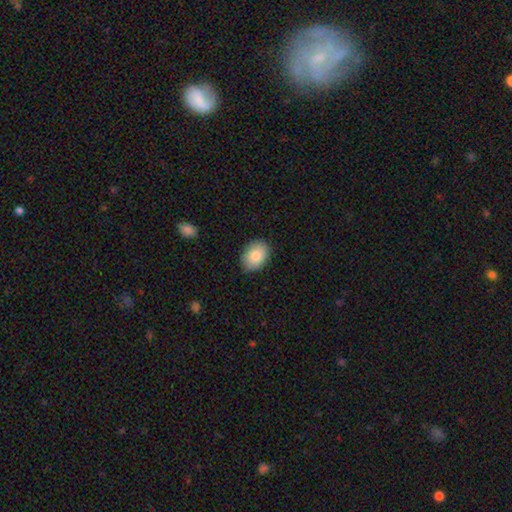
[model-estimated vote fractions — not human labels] This appears to be a smooth galaxy with no disk features (86%) that is in between round and cigar-shaped (80%). Merging: none (87%).